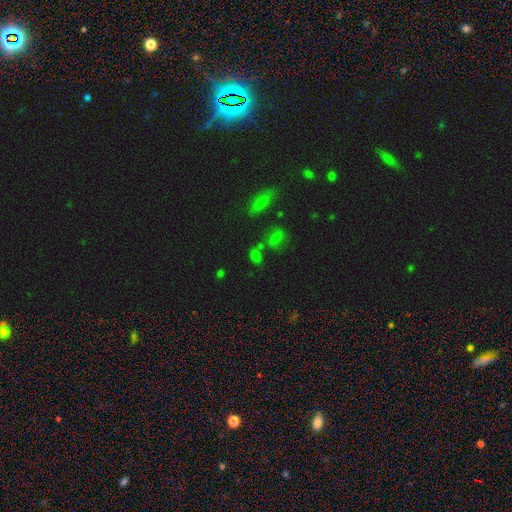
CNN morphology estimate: A smooth galaxy with no disk features (63%) that is in between round and cigar-shaped (66%). Merging: none (54%).